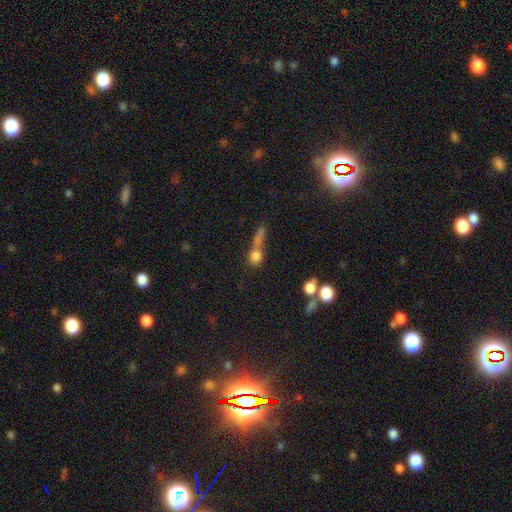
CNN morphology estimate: Smooth or featured? smooth (71%)
How rounded? round (69%)
Merging? merger (44%)